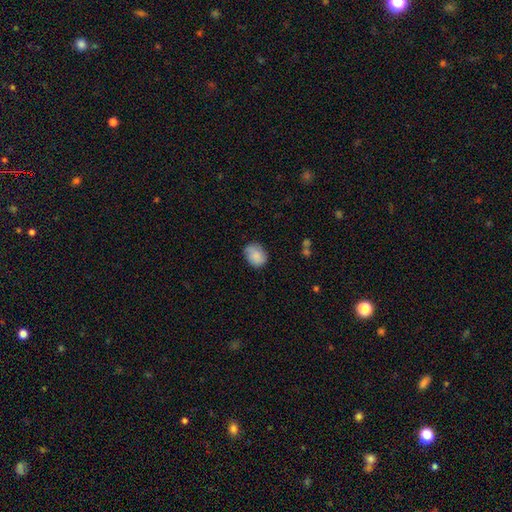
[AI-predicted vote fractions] Smooth or featured: smooth — 84% (featured or disk — 9%)
How rounded: in between — 59% (round — 40%)
Merging: none — 71% (minor disturbance — 23%)